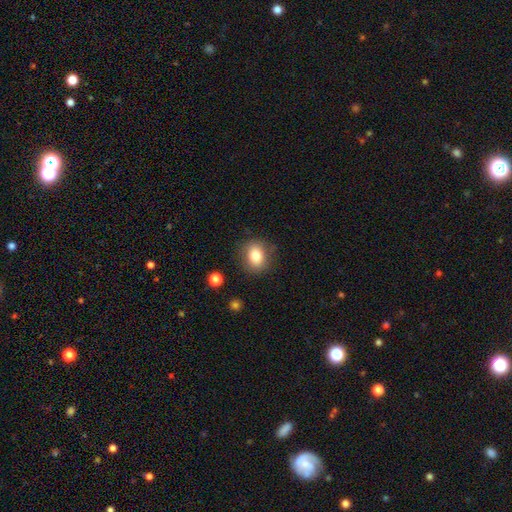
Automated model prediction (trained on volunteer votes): The model was most divided on "how rounded": round: 54%, in between: 45%, cigar-shaped: 1%. More confident: merging — none (83%); smooth or featured — smooth (81%).